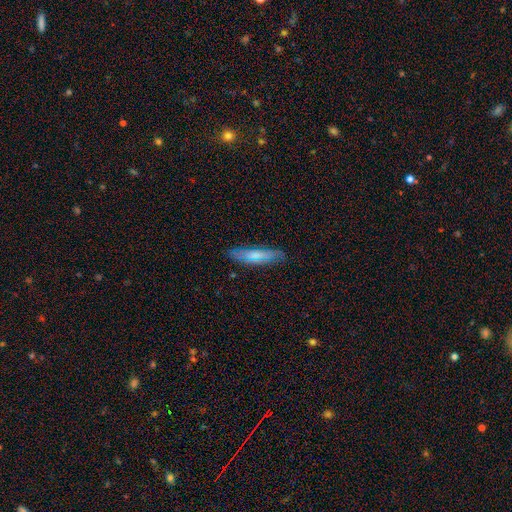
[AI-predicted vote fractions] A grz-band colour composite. It shows a smooth galaxy with no disk features (65%) that is cigar-shaped (70%). Merging: none (80%).